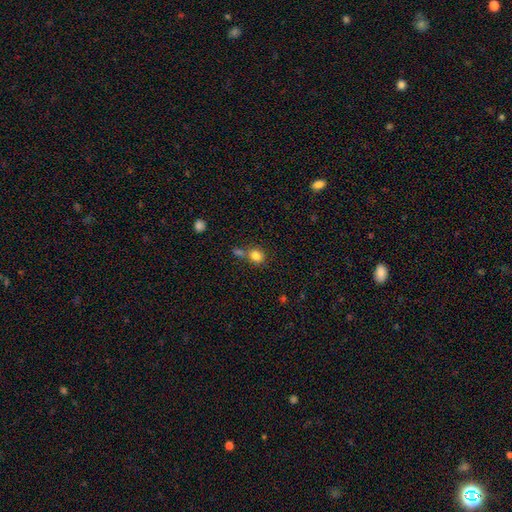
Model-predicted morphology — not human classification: smooth_or_featured: smooth (p=0.82) [alt: star or artifact p=0.11]
how_rounded: round (p=0.75) [alt: in between p=0.24]
merging: none (p=0.56) [alt: merger p=0.28]